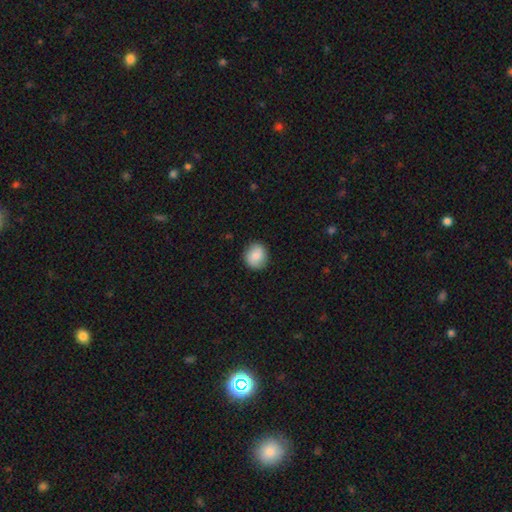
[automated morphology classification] Smooth or featured?
  - smooth: 83% *
  - featured or disk: 9%
  - star or artifact: 7%
How rounded?
  - round: 81% *
  - in between: 18%
  - cigar-shaped: 1%
Merging?
  - none: 87% *
  - minor disturbance: 10%
  - major disturbance: 2%
  - merger: 1%